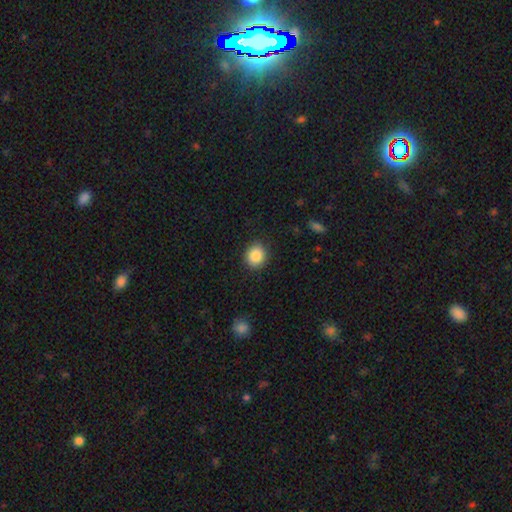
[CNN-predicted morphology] Smooth or featured? Predicted: smooth (p=0.87). How rounded? Predicted: round (p=0.78). Merging? Predicted: none (p=0.88).